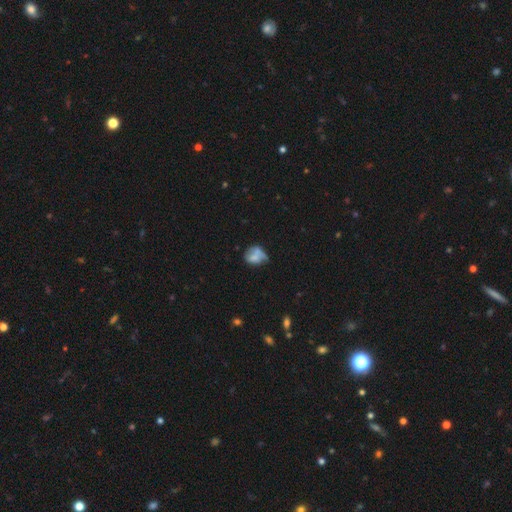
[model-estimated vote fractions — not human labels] smooth-or-featured: smooth: 60% | featured or disk: 30% | star or artifact: 10%
  how-rounded: round: 50% | in between: 49% | cigar-shaped: 1%
  merging: none: 35% | minor disturbance: 32% | major disturbance: 18% | merger: 14%